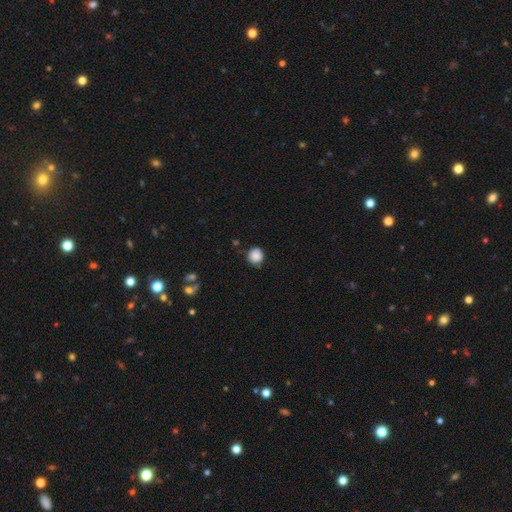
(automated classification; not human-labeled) Overall: smooth (87%). How rounded: round (90%). Merging: none (79%).